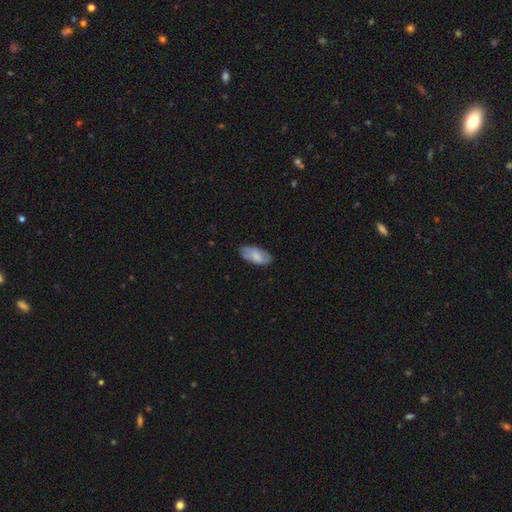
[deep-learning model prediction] smooth-or-featured: smooth: 74% | featured or disk: 20% | star or artifact: 6%
  how-rounded: in between: 92% | cigar-shaped: 6% | round: 2%
  merging: none: 74% | minor disturbance: 21% | major disturbance: 4% | merger: 1%